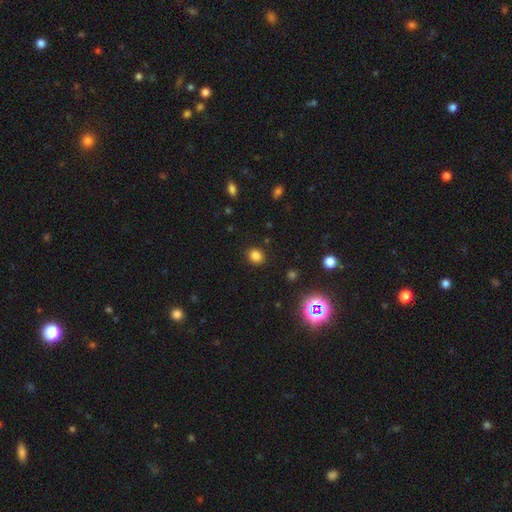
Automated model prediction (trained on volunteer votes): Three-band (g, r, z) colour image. It shows a smooth galaxy with no disk features (81%) that is round (67%). Merging: none (89%).